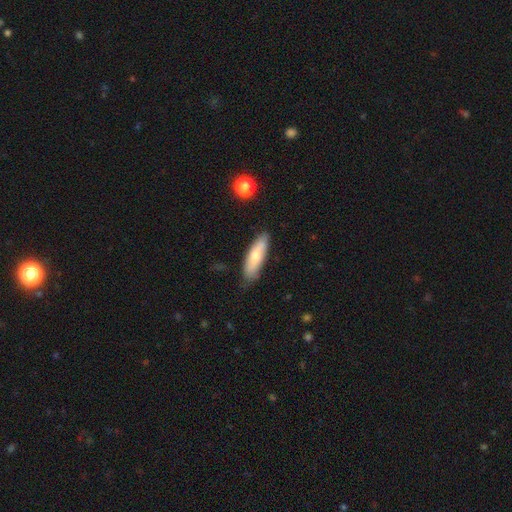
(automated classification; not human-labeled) smooth 67%, featured or disk 27%, star or artifact 6%. Down the decision tree: how rounded — cigar-shaped (54%); merging — none (76%).